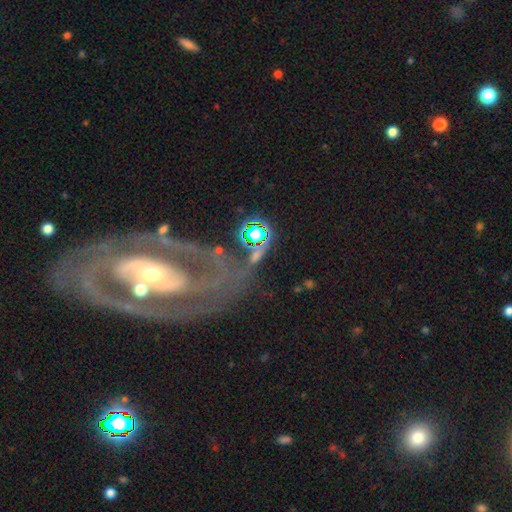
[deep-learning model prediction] smooth-or-featured: star or artifact: 44% | smooth: 31% | featured or disk: 25%